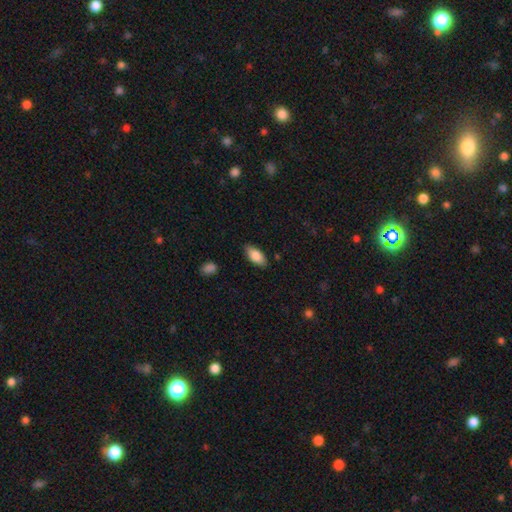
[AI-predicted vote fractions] smooth-or-featured: smooth: 83% | featured or disk: 10% | star or artifact: 6%
  how-rounded: in between: 90% | cigar-shaped: 7% | round: 2%
  merging: none: 85% | minor disturbance: 12% | major disturbance: 2% | merger: 1%